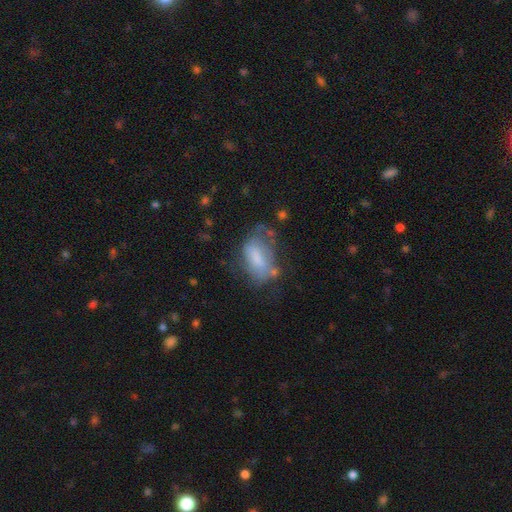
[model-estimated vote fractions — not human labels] Overall: smooth (59%; featured or disk 31%). How rounded: in between (88%). Merging: none (40%; minor disturbance 30%).